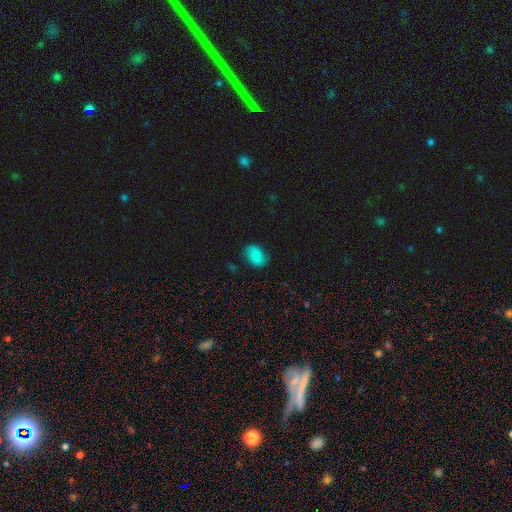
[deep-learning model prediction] Overall: smooth (79%). How rounded: in between (83%). Merging: none (74%).